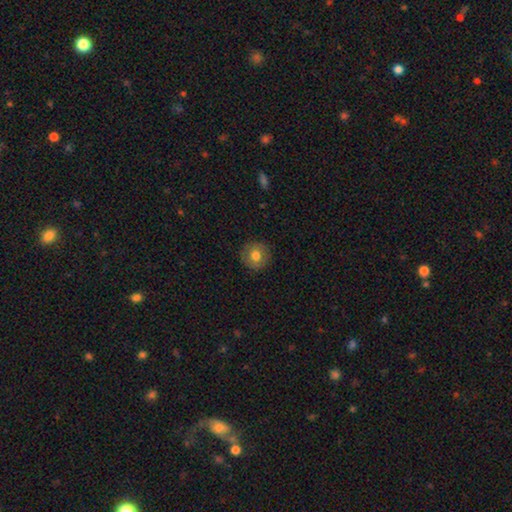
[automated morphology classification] smooth_or_featured: smooth (p=0.75) [alt: featured or disk p=0.16]
how_rounded: round (p=0.94) [alt: in between p=0.05]
merging: none (p=0.90) [alt: minor disturbance p=0.07]